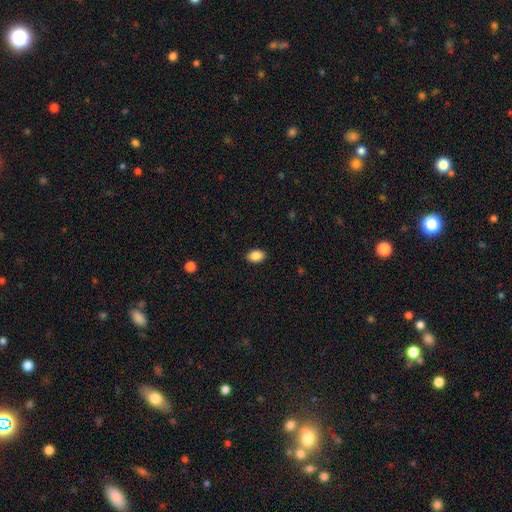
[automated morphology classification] smooth_or_featured: smooth (p=0.88) [alt: star or artifact p=0.08]
how_rounded: in between (p=0.82) [alt: round p=0.17]
merging: none (p=0.89) [alt: minor disturbance p=0.08]